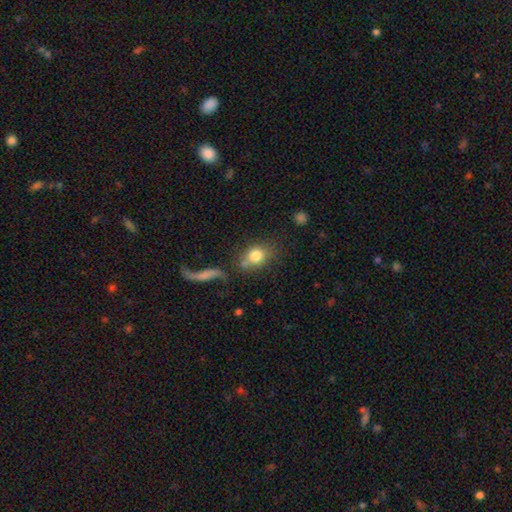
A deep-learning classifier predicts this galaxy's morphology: A smooth galaxy with no disk features (79%) that is in between round and cigar-shaped (50%). Merging: none (56%).